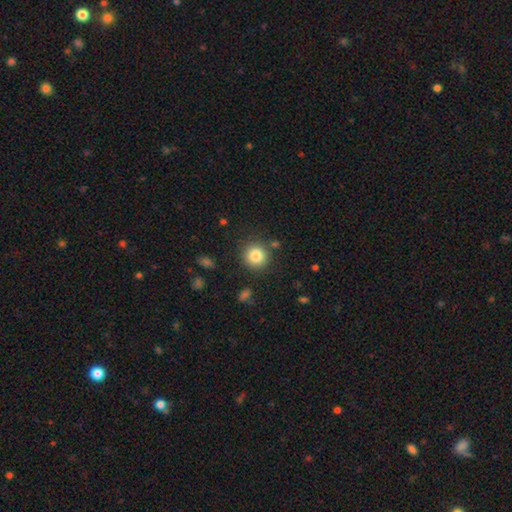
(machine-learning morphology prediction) smooth-or-featured: smooth: 84% | star or artifact: 10% | featured or disk: 6%
  how-rounded: round: 91% | in between: 8% | cigar-shaped: 1%
  merging: none: 85% | minor disturbance: 9% | major disturbance: 3% | merger: 3%